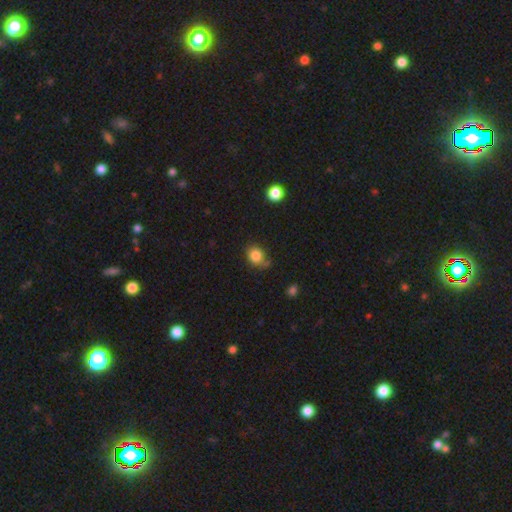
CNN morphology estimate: Smooth or featured?
  - smooth: 83% *
  - star or artifact: 11%
  - featured or disk: 6%
How rounded?
  - round: 67% *
  - in between: 32%
  - cigar-shaped: 1%
Merging?
  - none: 62% *
  - minor disturbance: 23%
  - merger: 8%
  - major disturbance: 7%